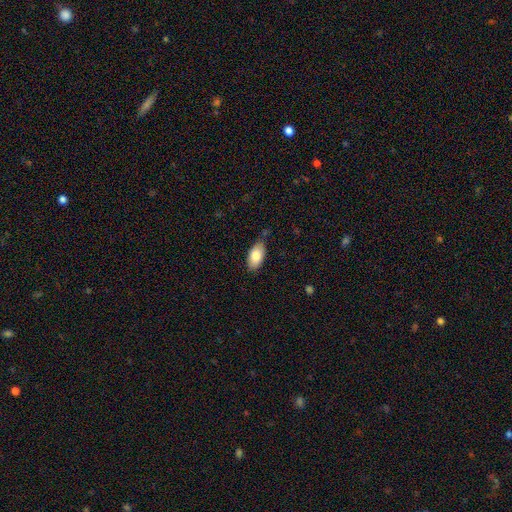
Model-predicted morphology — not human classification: Smooth or featured?
  - smooth: 83% *
  - featured or disk: 10%
  - star or artifact: 7%
How rounded?
  - in between: 93% *
  - cigar-shaped: 3%
  - round: 3%
Merging?
  - none: 73% *
  - minor disturbance: 20%
  - major disturbance: 3%
  - merger: 3%